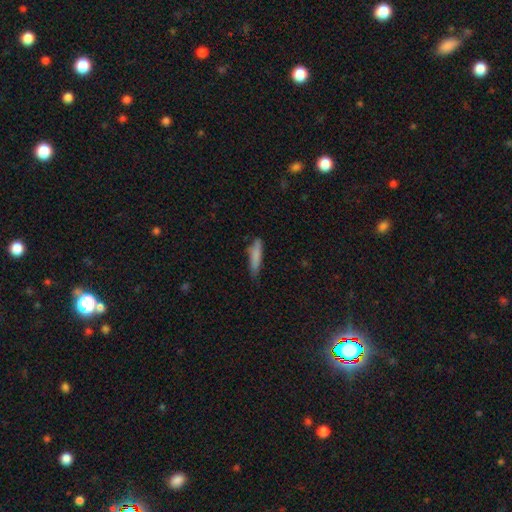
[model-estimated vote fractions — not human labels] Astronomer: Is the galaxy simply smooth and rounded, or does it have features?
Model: smooth — 75%.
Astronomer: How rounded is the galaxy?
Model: cigar-shaped — 86%.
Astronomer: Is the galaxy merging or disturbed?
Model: none — 73%.